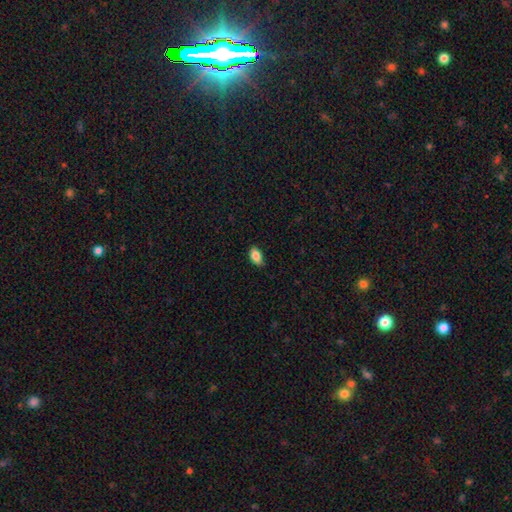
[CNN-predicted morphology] Smooth or featured: smooth — 86% (star or artifact — 8%)
How rounded: in between — 90% (round — 8%)
Merging: none — 81% (minor disturbance — 16%)